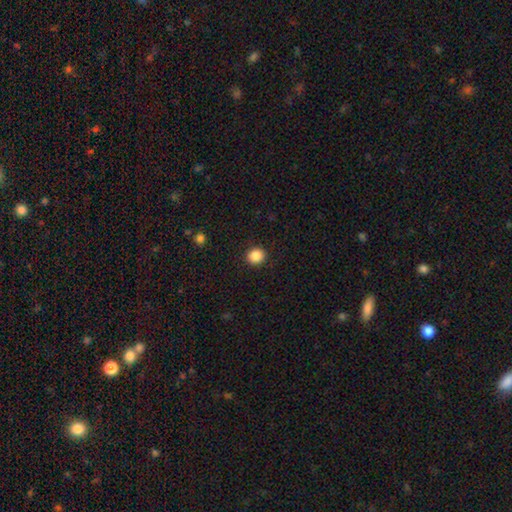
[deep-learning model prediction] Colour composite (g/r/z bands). It shows a smooth galaxy with no disk features (87%) that is round (84%). Merging: none (91%).